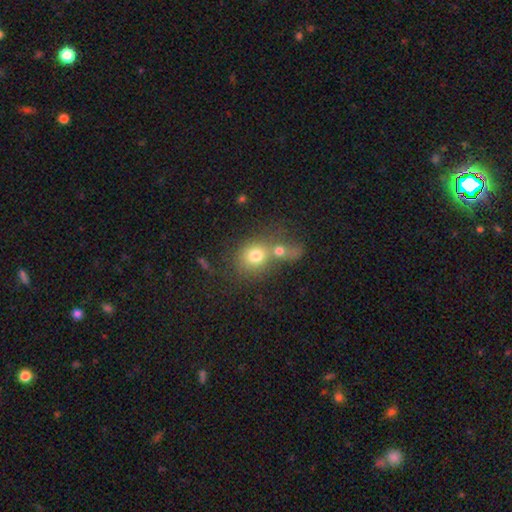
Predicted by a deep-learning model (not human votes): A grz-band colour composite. It shows a smooth galaxy with no disk features (72%) that is round (71%). Merging: merger (59%).